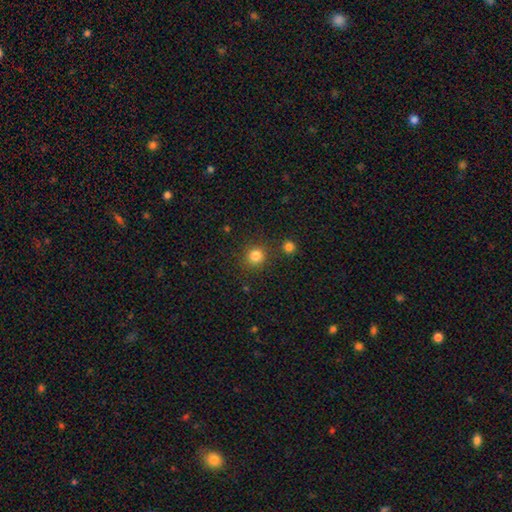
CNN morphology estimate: This is clearly a smooth galaxy (82%). How rounded: clearly round (90%). Merging: clearly none (85%).